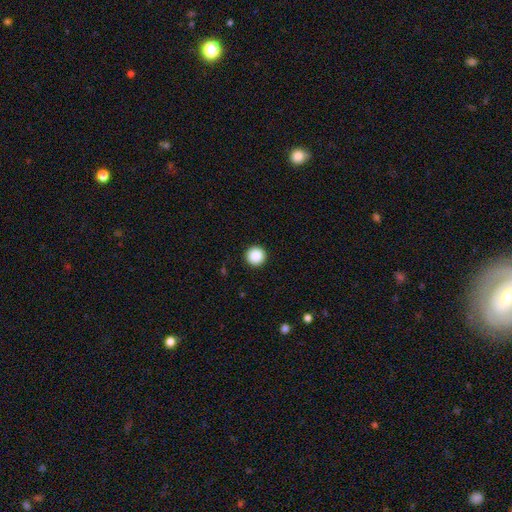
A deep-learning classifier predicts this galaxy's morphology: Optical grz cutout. It shows a smooth galaxy with no disk features (88%) that is round (97%). Merging: none (93%).